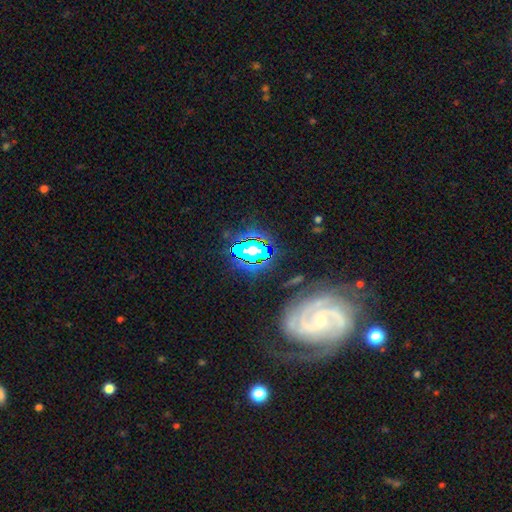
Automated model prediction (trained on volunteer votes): This is possibly a featured or disk galaxy (53%). It is clearly not viewed edge-on (93%). Merging: likely none (72%).